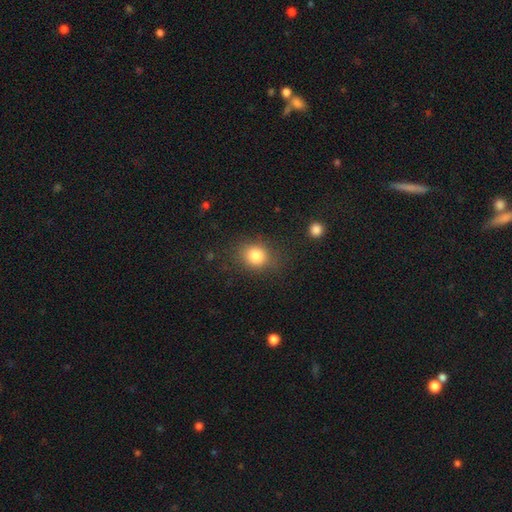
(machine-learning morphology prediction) smooth_or_featured: smooth (p=0.83) [alt: star or artifact p=0.11]
how_rounded: round (p=0.63) [alt: in between p=0.35]
merging: none (p=0.78) [alt: minor disturbance p=0.14]